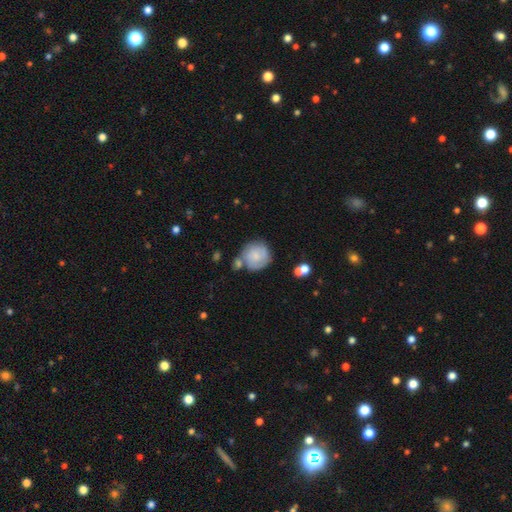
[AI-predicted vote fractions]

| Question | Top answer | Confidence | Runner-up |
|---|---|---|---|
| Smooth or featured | smooth | 59% | featured or disk (33%) |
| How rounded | round | 89% | in between (10%) |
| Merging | none | 55% | minor disturbance (20%) |